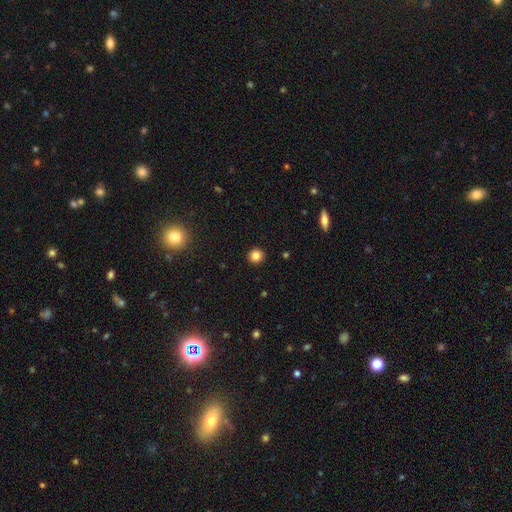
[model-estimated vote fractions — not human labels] This is clearly a smooth galaxy (83%). How rounded: clearly round (93%). Merging: clearly none (92%).